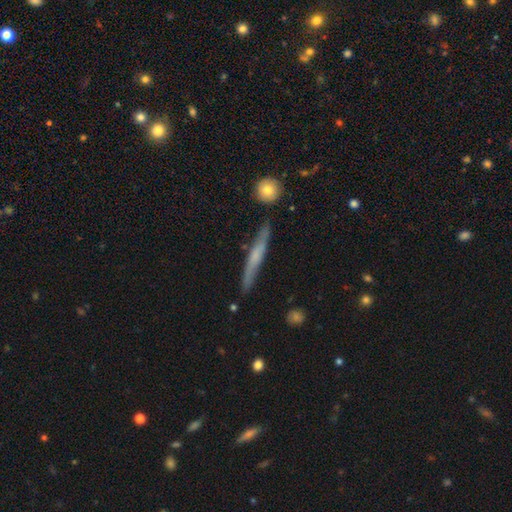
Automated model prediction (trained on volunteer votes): smooth-or-featured: featured or disk: 52% | smooth: 42% | star or artifact: 6%
  disk-edge-on: yes: 91% | no: 9%
  merging: none: 81% | minor disturbance: 14% | major disturbance: 3% | merger: 3%